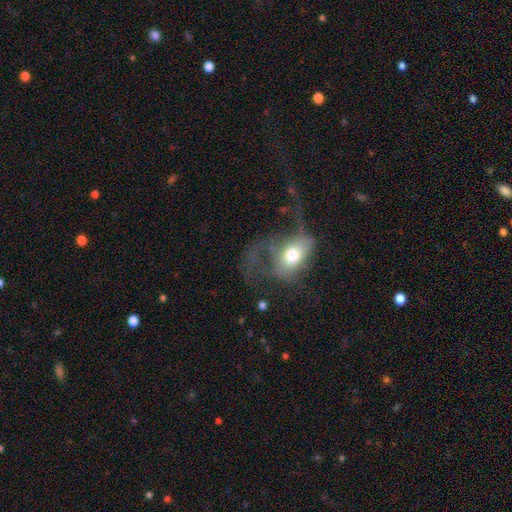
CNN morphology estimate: Q: Smooth or featured?
A: featured or disk (55%); runner-up: smooth (34%)
Q: Edge-on disk?
A: no (94%); runner-up: yes (6%)
Q: Bar?
A: no (75%); runner-up: weak (18%)
Q: Spiral arms?
A: yes (54%); runner-up: no (46%)
Q: Bulge size?
A: moderate (67%); runner-up: large (17%)
Q: Merging?
A: major disturbance (61%); runner-up: none (20%)